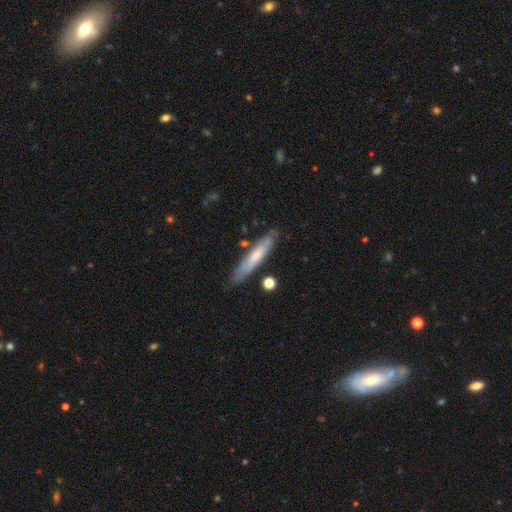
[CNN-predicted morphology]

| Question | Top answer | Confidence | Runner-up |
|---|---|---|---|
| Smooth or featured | smooth | 54% | featured or disk (40%) |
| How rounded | cigar-shaped | 90% | in between (8%) |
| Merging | none | 81% | minor disturbance (13%) |